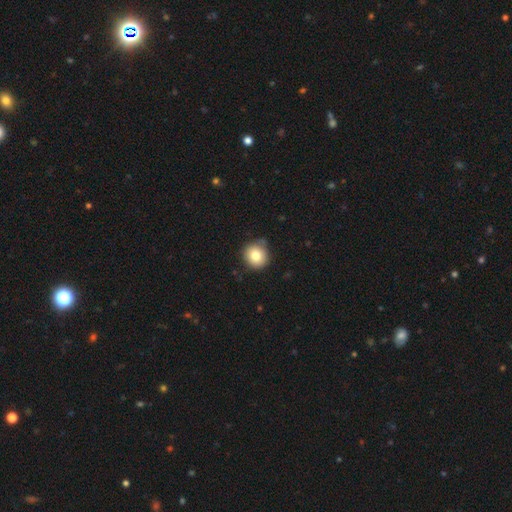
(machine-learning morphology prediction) smooth_or_featured: smooth (p=0.80) [alt: star or artifact p=0.10]
how_rounded: round (p=0.93) [alt: in between p=0.06]
merging: none (p=0.81) [alt: minor disturbance p=0.14]